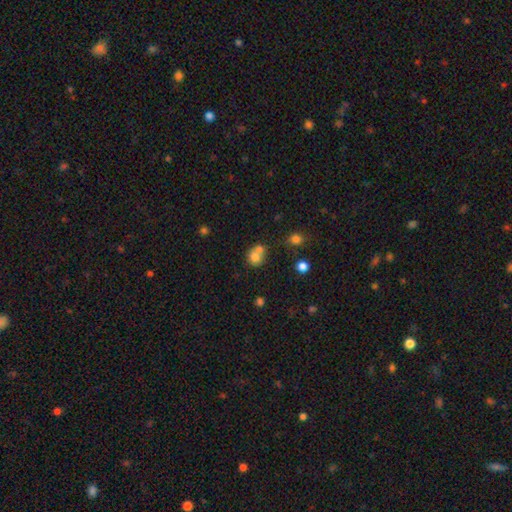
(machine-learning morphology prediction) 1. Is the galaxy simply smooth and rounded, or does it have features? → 74% smooth, 14% featured or disk, 11% star or artifact.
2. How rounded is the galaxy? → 70% round, 29% in between, 1% cigar-shaped.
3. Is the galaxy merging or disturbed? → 56% merger, 31% none, 9% minor disturbance, 4% major disturbance.